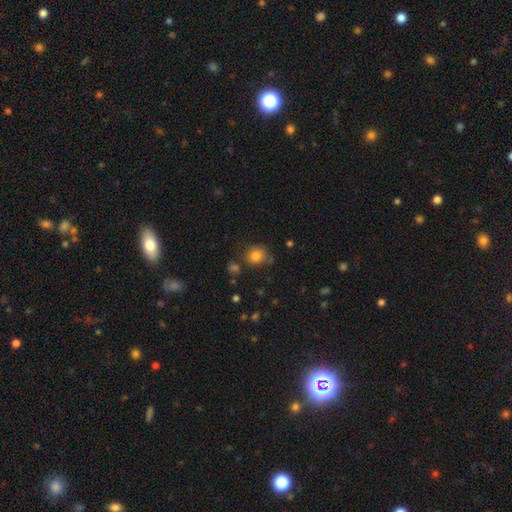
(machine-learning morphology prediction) Q: Smooth or featured?
A: smooth (81%); runner-up: star or artifact (12%)
Q: How rounded?
A: round (76%); runner-up: in between (23%)
Q: Merging?
A: none (76%); runner-up: minor disturbance (13%)